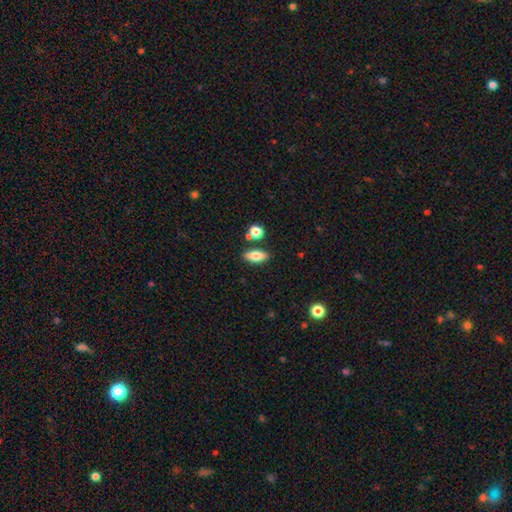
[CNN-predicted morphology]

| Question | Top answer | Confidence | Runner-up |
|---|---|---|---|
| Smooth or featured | smooth | 73% | featured or disk (18%) |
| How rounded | in between | 76% | cigar-shaped (18%) |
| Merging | none | 79% | minor disturbance (10%) |